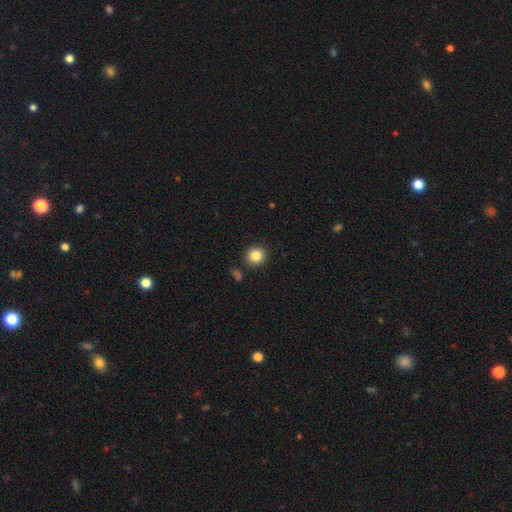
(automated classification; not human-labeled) Smooth or featured? Predicted: smooth (p=0.85). How rounded? Predicted: round (p=0.93). Merging? Predicted: none (p=0.89).